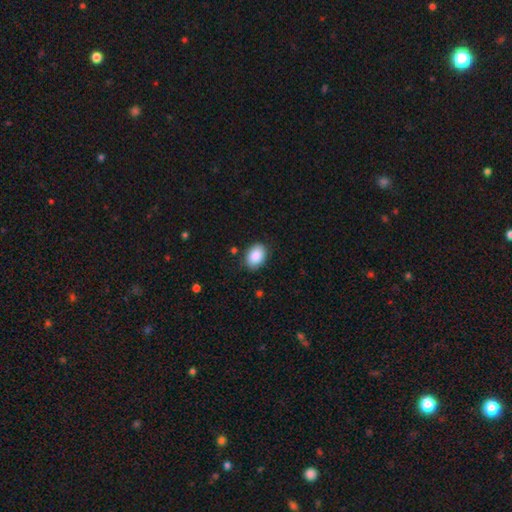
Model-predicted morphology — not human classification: Smooth or featured: smooth — 88% (star or artifact — 7%)
How rounded: in between — 82% (round — 17%)
Merging: none — 85% (minor disturbance — 11%)